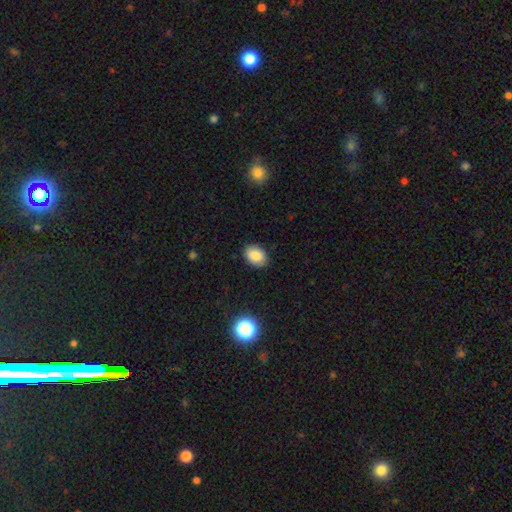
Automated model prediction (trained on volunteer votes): A smooth galaxy with no disk features (84%) that is in between round and cigar-shaped (80%). Merging: none (88%).